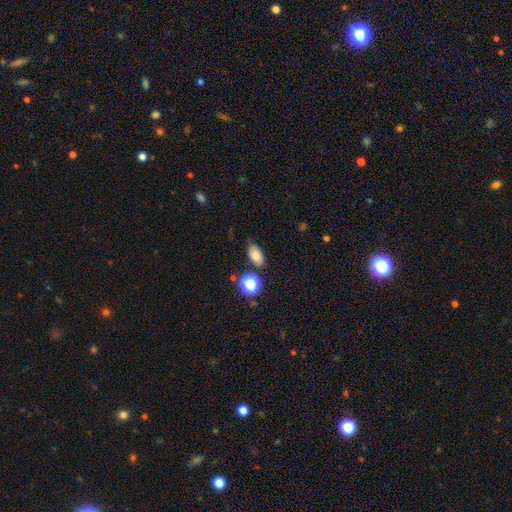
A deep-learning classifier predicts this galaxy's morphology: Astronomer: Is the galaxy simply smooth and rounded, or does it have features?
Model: smooth — 78%.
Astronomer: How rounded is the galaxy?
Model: in between — 86%.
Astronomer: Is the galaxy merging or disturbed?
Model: none — 66%.